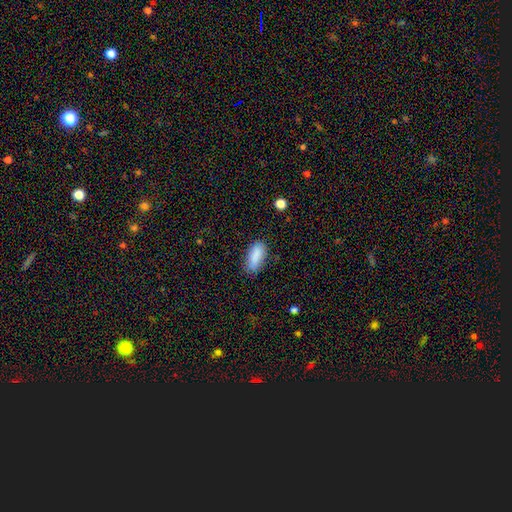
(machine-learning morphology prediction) This appears to be a smooth galaxy with no disk features (87%) that is in between round and cigar-shaped (82%). Merging: none (78%).